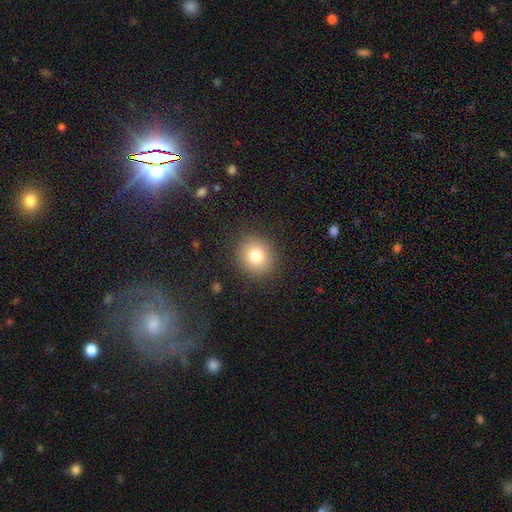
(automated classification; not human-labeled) This is likely a smooth galaxy (78%). How rounded: likely round (77%). Merging: clearly none (88%).